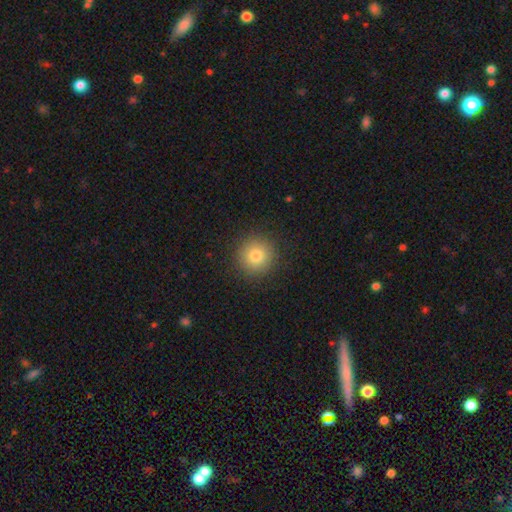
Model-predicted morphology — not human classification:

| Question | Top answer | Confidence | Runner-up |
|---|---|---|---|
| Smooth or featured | smooth | 81% | star or artifact (11%) |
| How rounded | round | 95% | in between (4%) |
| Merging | none | 91% | minor disturbance (6%) |